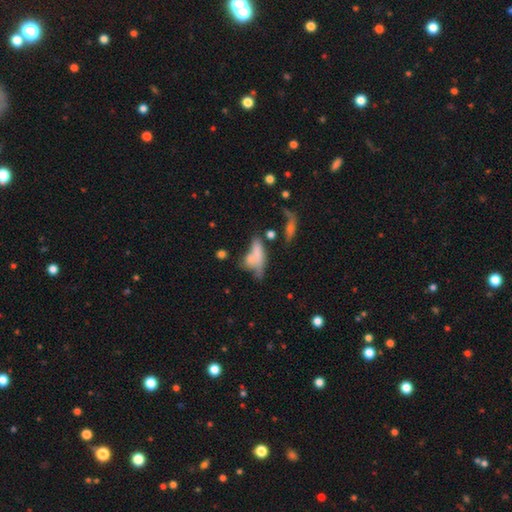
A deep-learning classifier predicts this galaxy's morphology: smooth-or-featured: smooth: 61% | featured or disk: 28% | star or artifact: 12%
  how-rounded: in between: 67% | cigar-shaped: 26% | round: 7%
  merging: merger: 37% | none: 26% | major disturbance: 21% | minor disturbance: 17%